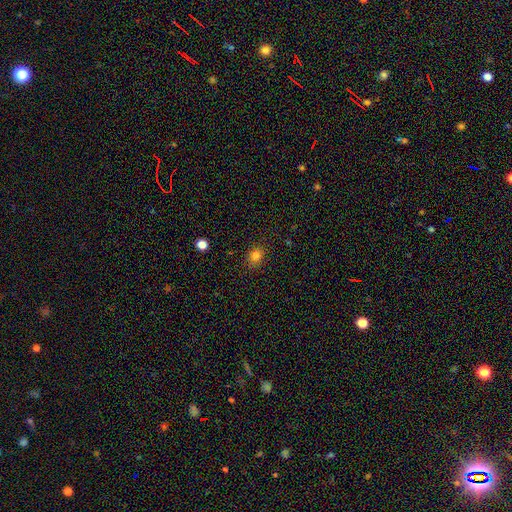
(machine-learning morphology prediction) Smooth or featured? Predicted: smooth (p=0.82). How rounded? Predicted: round (p=0.54). Merging? Predicted: none (p=0.83).